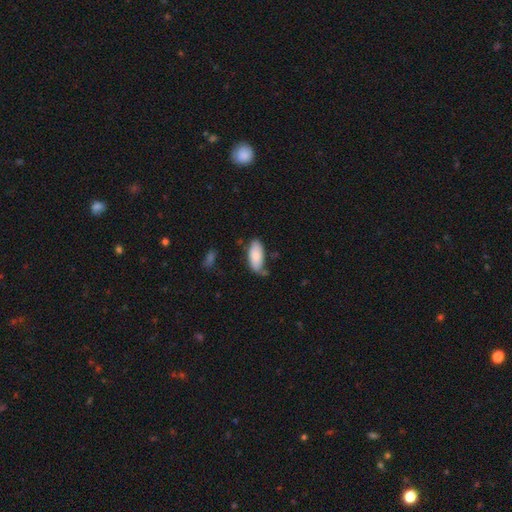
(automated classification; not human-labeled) Morphology: type=smooth (83%); roundness=in between (90%); merging=none (57%).